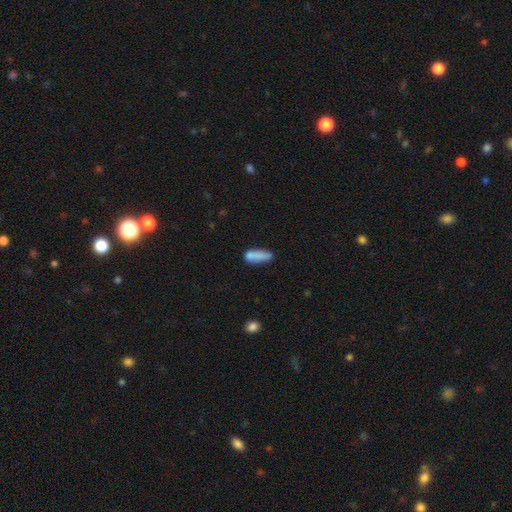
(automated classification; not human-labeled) Morphology: type=smooth (81%); roundness=in between (52%); merging=none (57%).